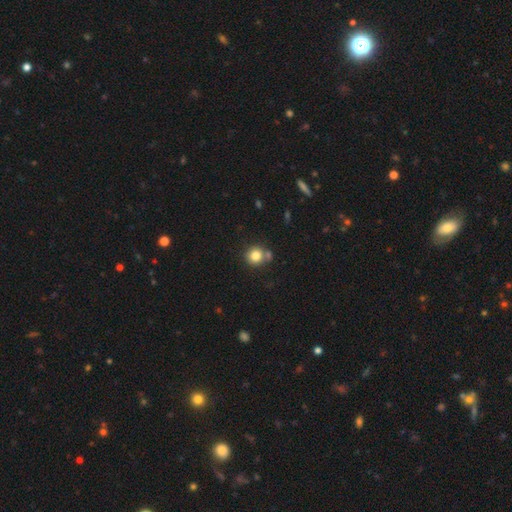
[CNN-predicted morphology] Overall: smooth (81%). How rounded: round (90%). Merging: none (67%).